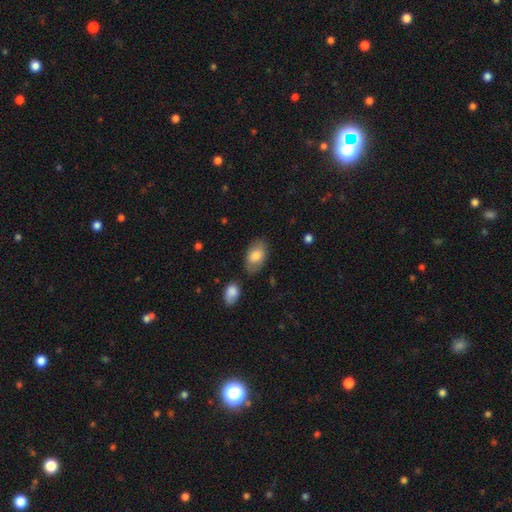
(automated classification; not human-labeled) Smooth or featured: smooth — 78% (featured or disk — 15%)
How rounded: in between — 92% (round — 6%)
Merging: none — 76% (minor disturbance — 16%)